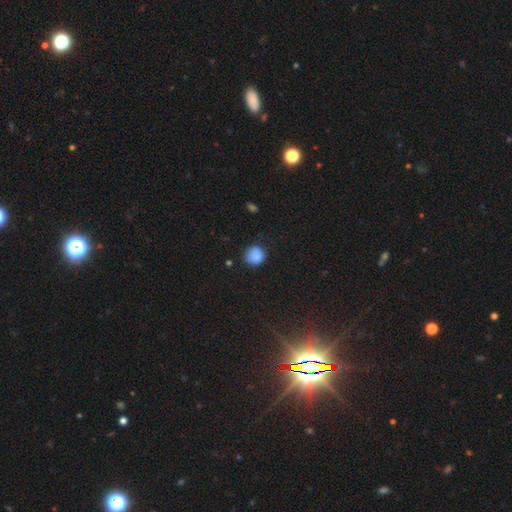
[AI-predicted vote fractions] This is clearly a smooth galaxy (85%). How rounded: clearly round (83%). Merging: likely none (67%).